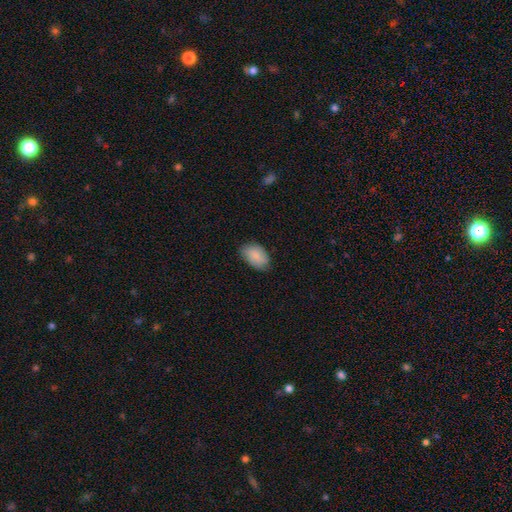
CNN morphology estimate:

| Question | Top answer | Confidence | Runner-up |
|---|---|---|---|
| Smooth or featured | smooth | 87% | featured or disk (7%) |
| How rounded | in between | 90% | round (9%) |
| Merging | none | 77% | minor disturbance (18%) |